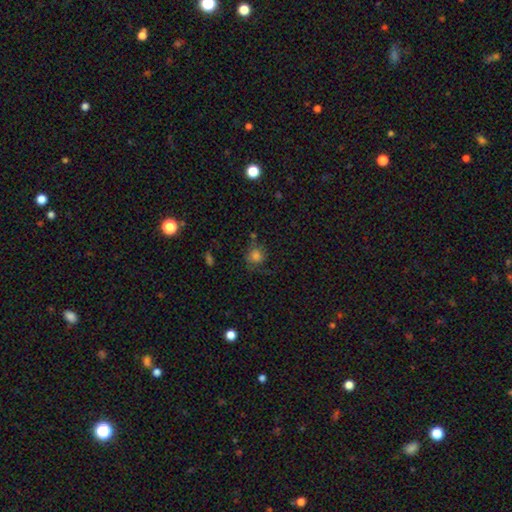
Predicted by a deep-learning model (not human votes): smooth-or-featured: smooth: 71% | star or artifact: 14% | featured or disk: 14%
  how-rounded: round: 80% | in between: 19% | cigar-shaped: 1%
  merging: none: 55% | minor disturbance: 24% | major disturbance: 16% | merger: 5%